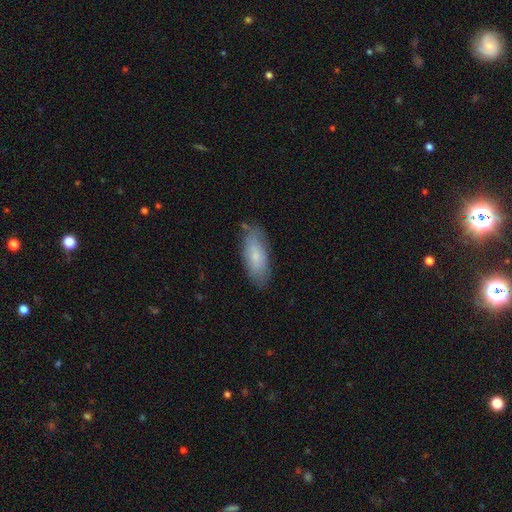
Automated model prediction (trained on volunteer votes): Overall: smooth (72%). How rounded: in between (76%). Merging: none (76%).